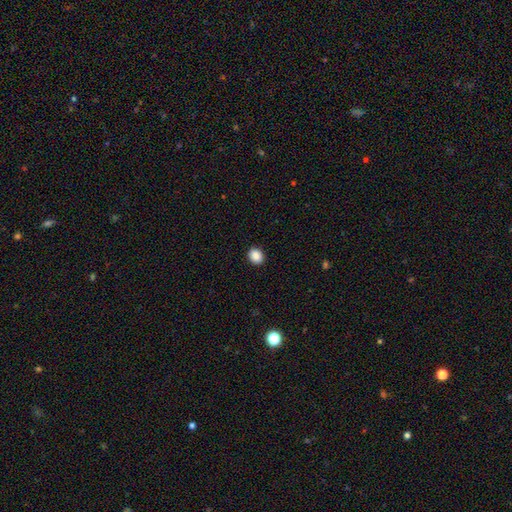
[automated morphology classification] smooth-or-featured: smooth: 89% | star or artifact: 9% | featured or disk: 3%
  how-rounded: round: 57% | in between: 42% | cigar-shaped: 1%
  merging: none: 91% | minor disturbance: 6% | major disturbance: 2% | merger: 1%